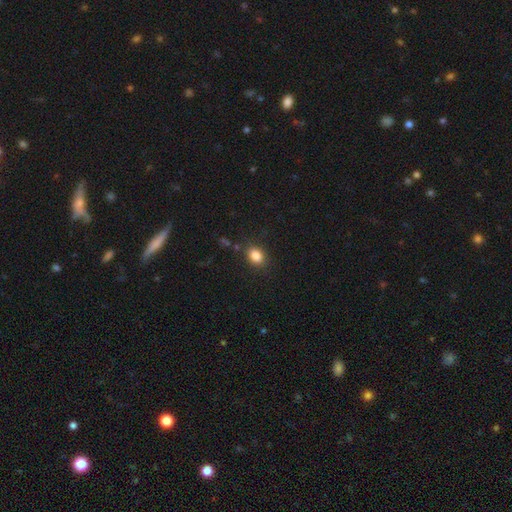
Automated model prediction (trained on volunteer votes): smooth 85%, star or artifact 10%, featured or disk 5%. Down the decision tree: how rounded — in between (65%); merging — none (83%).